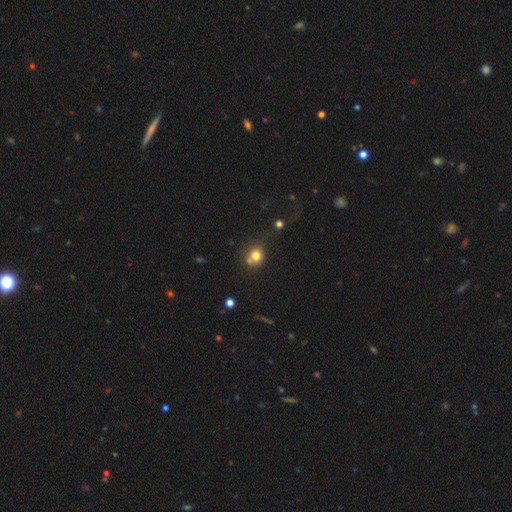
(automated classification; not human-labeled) A smooth galaxy with no disk features (75%) that is round (76%). Merging: none (53%).